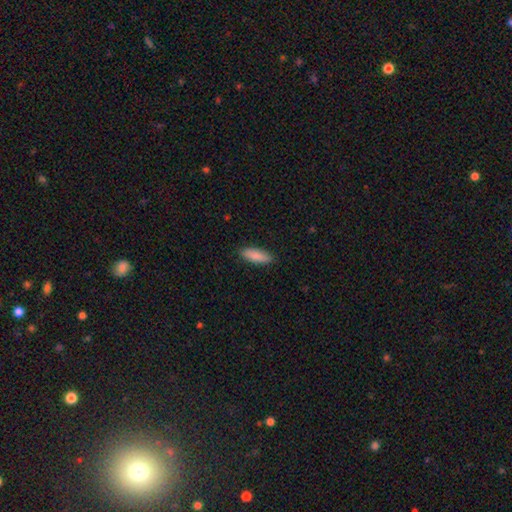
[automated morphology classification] Overall: smooth (86%). How rounded: in between (61%; cigar-shaped 37%). Merging: none (88%).